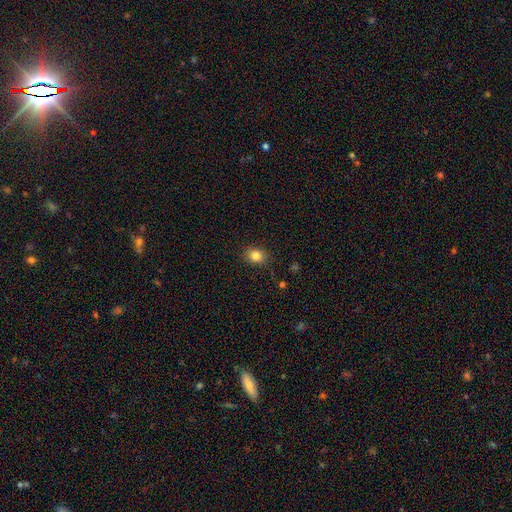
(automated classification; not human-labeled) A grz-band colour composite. It shows a smooth galaxy with no disk features (83%) that is round (52%). Merging: none (88%).